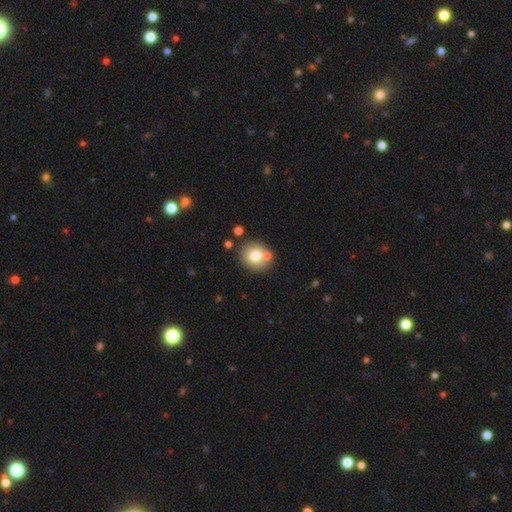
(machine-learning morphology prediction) This is likely a smooth galaxy (76%). How rounded: clearly round (84%). Merging: likely none (73%).